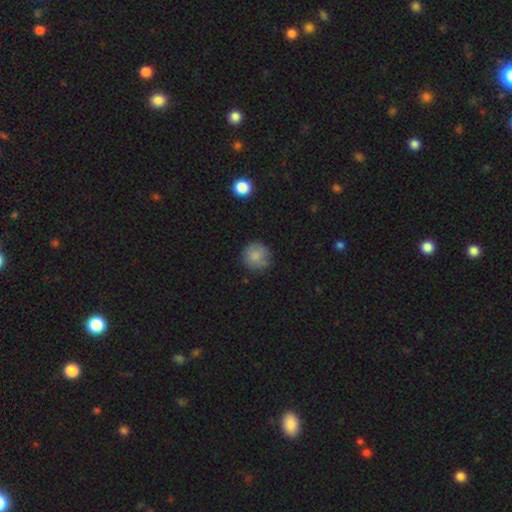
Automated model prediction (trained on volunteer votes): This appears to be a smooth galaxy with no disk features (81%) that is round (93%). Merging: none (77%).